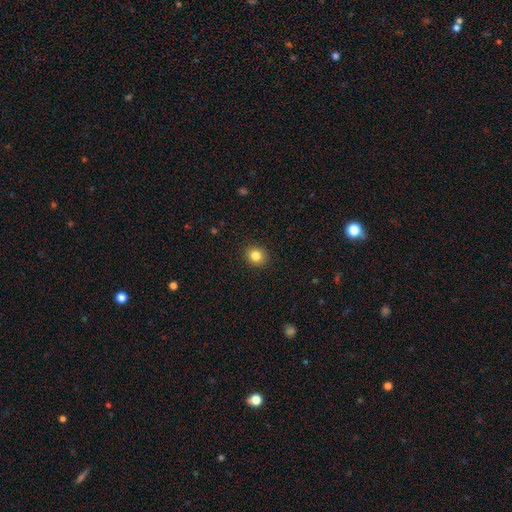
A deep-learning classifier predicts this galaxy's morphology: Smooth or featured: smooth — 83% (star or artifact — 11%)
How rounded: round — 78% (in between — 21%)
Merging: none — 91% (minor disturbance — 6%)